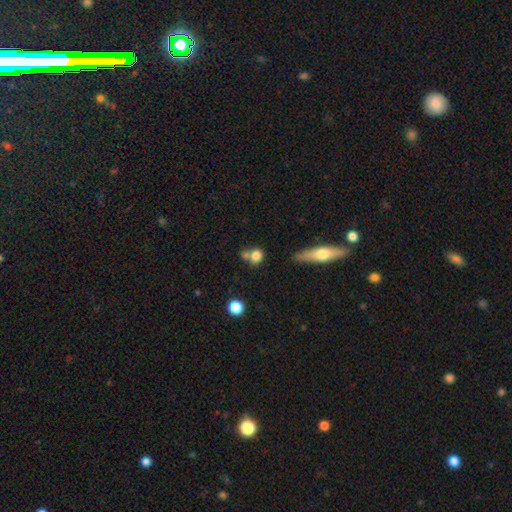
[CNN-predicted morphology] Smooth or featured? Predicted: smooth (p=0.79). How rounded? Predicted: round (p=0.66). Merging? Predicted: none (p=0.43).